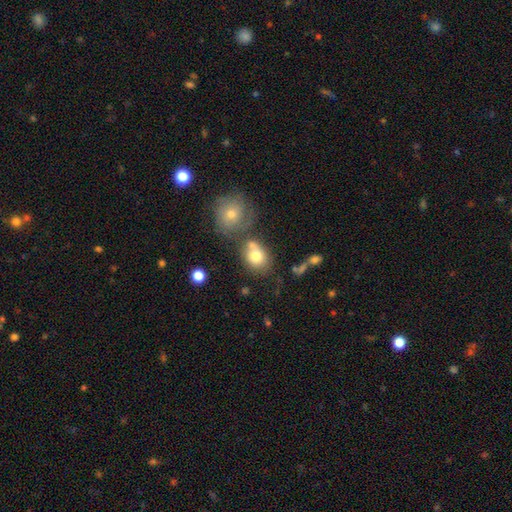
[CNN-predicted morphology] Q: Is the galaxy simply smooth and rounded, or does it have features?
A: smooth — 76%.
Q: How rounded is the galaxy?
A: round — 52%.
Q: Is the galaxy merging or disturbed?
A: none — 48%.